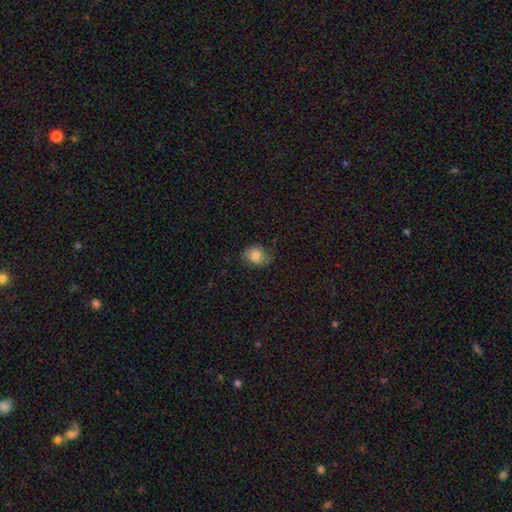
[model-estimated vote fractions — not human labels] The model was most divided on "how rounded": in between: 53%, round: 46%, cigar-shaped: 1%. More confident: smooth or featured — smooth (78%); merging — none (67%).